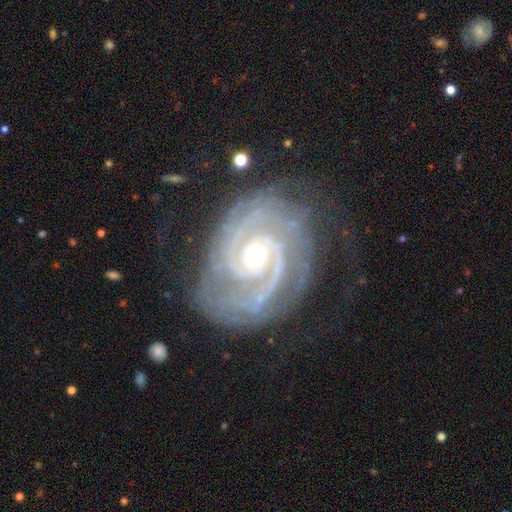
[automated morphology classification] This appears to be a featured or disk galaxy (93%) with no bar (61%), 2 (62%) tight (75%) spiral arms (99%) and a small central bulge (64%). Merging: none (71%).